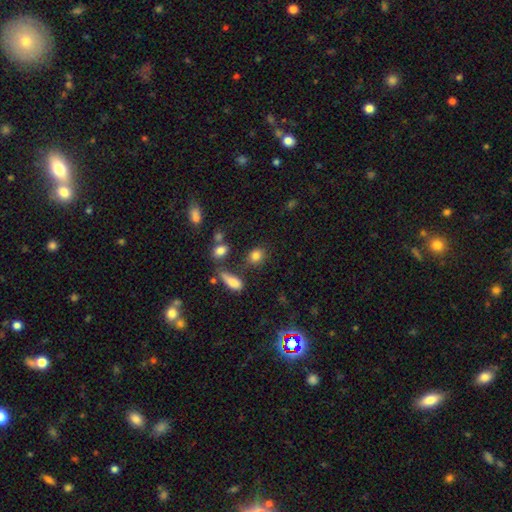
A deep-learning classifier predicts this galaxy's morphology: Q: Smooth or featured?
A: smooth (82%); runner-up: star or artifact (11%)
Q: How rounded?
A: round (52%); runner-up: in between (45%)
Q: Merging?
A: none (71%); runner-up: minor disturbance (14%)